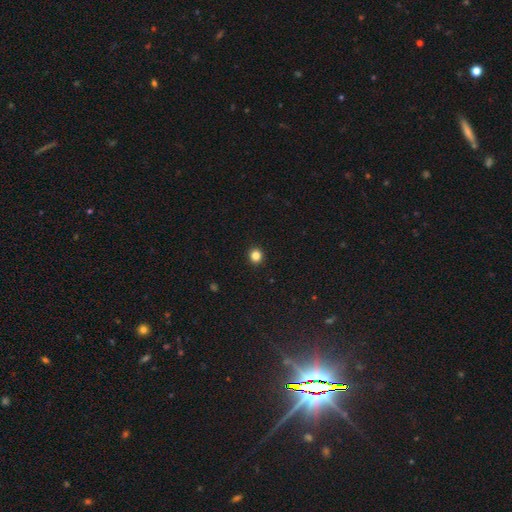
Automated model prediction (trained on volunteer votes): A smooth galaxy with no disk features (84%) that is round (91%). Merging: none (93%).